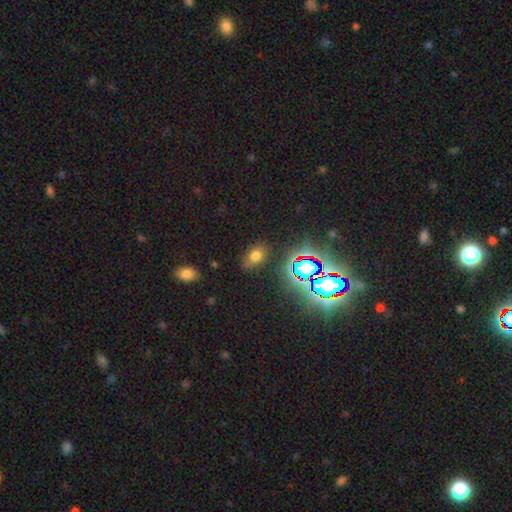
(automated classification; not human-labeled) This is likely a smooth galaxy (64%). How rounded: clearly in between (82%). Merging: likely none (74%).